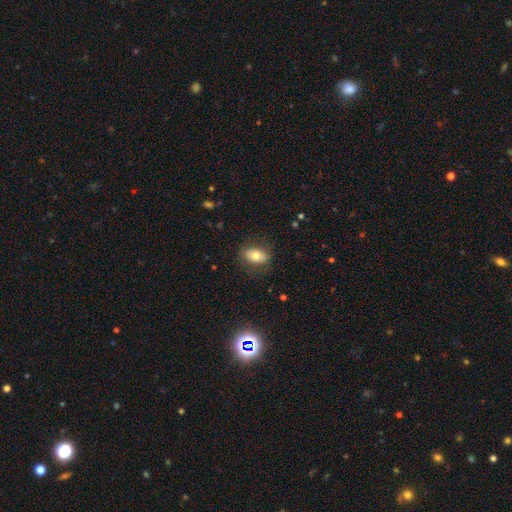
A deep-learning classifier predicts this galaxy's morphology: The model was most divided on "smooth or featured": smooth: 73%, featured or disk: 18%, star or artifact: 9%. More confident: how rounded — in between (83%); merging — none (82%).